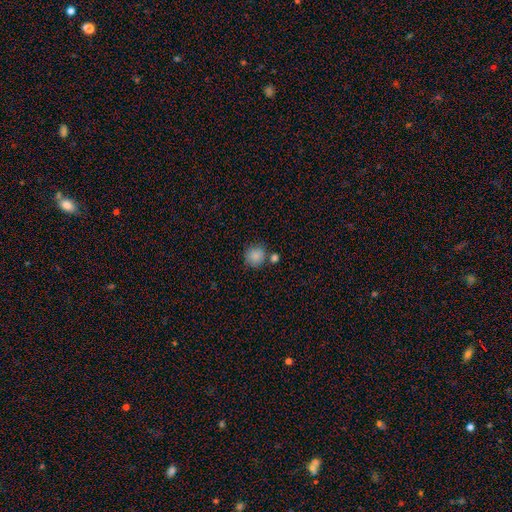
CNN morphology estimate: smooth-or-featured: smooth: 86% | star or artifact: 9% | featured or disk: 5%
  how-rounded: round: 91% | in between: 8% | cigar-shaped: 1%
  merging: none: 72% | merger: 14% | minor disturbance: 11% | major disturbance: 3%